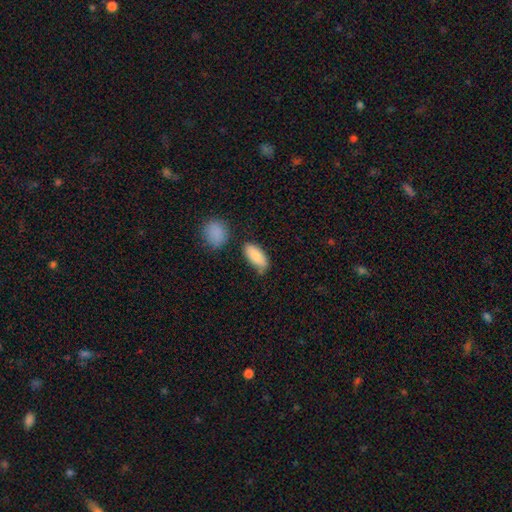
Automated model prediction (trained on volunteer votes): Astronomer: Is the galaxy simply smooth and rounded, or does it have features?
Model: smooth — 85%.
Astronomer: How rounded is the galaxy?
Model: in between — 87%.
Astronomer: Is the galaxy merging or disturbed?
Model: none — 69%.